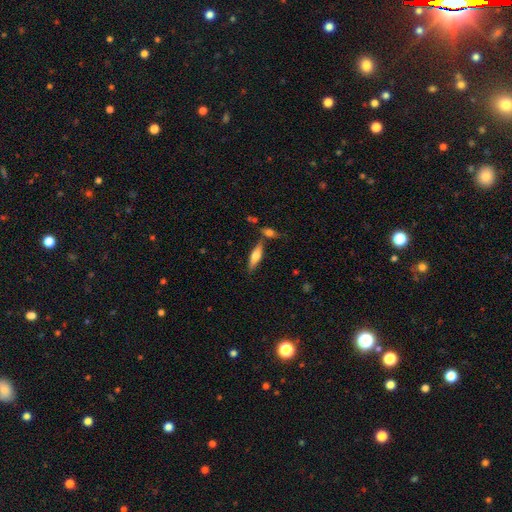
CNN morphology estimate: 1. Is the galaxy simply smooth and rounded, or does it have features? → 55% smooth, 38% featured or disk, 6% star or artifact.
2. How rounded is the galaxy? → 60% cigar-shaped, 38% in between, 2% round.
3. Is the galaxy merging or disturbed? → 72% none, 12% merger, 12% minor disturbance, 3% major disturbance.